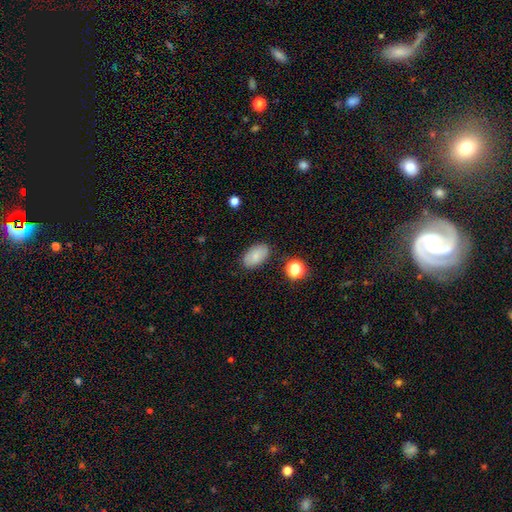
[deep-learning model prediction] Smooth or featured? Predicted: smooth (p=0.81). How rounded? Predicted: in between (p=0.92). Merging? Predicted: none (p=0.83).